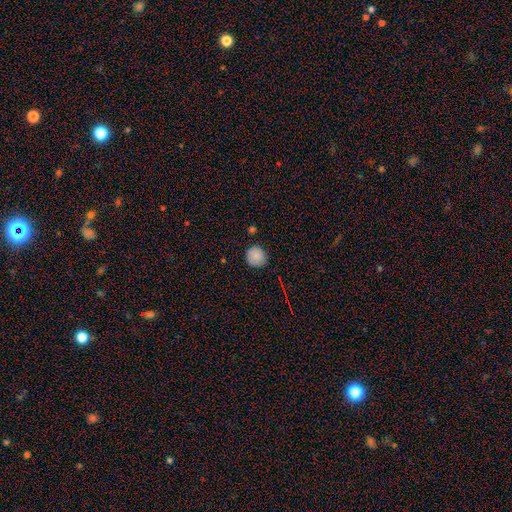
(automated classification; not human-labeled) Smooth or featured? Predicted: smooth (p=0.84). How rounded? Predicted: round (p=0.92). Merging? Predicted: none (p=0.84).